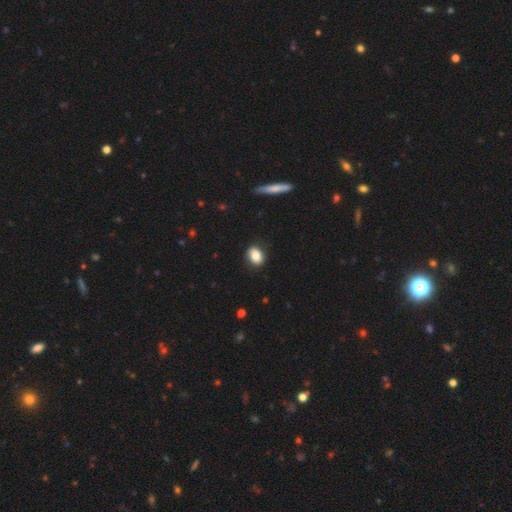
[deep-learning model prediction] The model was most divided on "how rounded": in between: 69%, round: 30%, cigar-shaped: 2%. More confident: merging — none (85%); smooth or featured — smooth (83%).